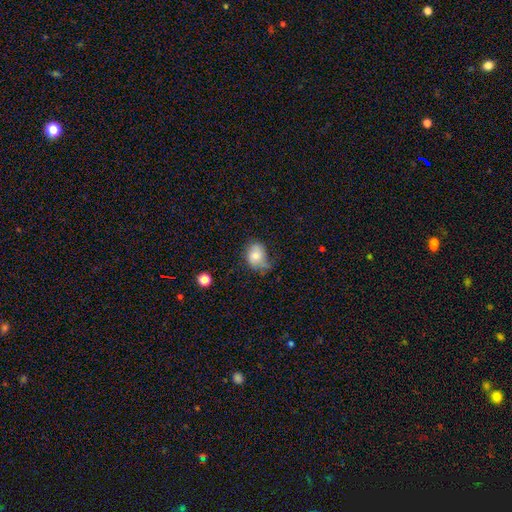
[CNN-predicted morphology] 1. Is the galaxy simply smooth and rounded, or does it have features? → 71% smooth, 19% featured or disk, 9% star or artifact.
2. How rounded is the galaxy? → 60% in between, 39% round, 1% cigar-shaped.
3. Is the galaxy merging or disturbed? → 42% none, 38% minor disturbance, 16% major disturbance, 4% merger.